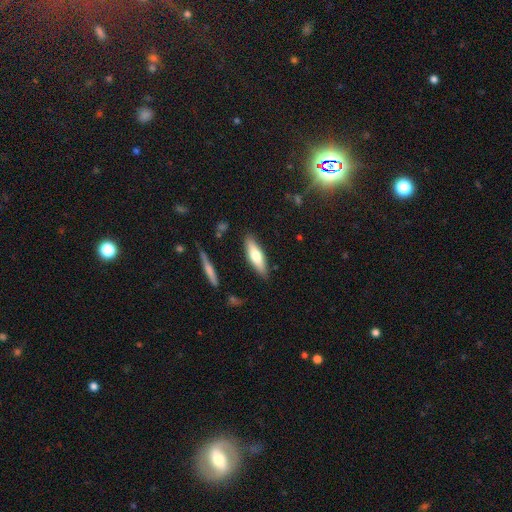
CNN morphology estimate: Overall: smooth (60%; featured or disk 34%). How rounded: cigar-shaped (57%; in between 41%). Merging: none (85%).